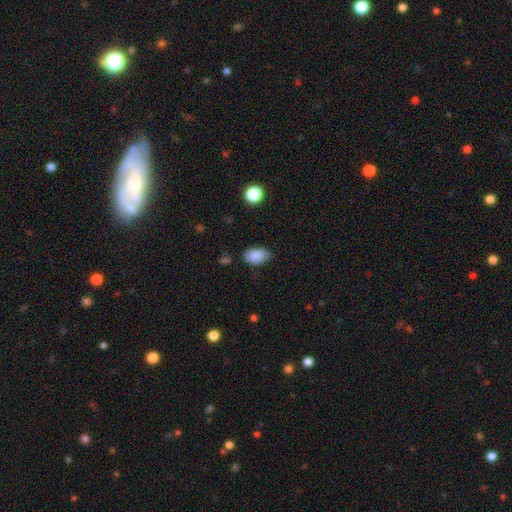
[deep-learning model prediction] The model was most divided on "merging": none: 73%, minor disturbance: 22%, major disturbance: 4%, merger: 2%. More confident: how rounded — in between (89%); smooth or featured — smooth (87%).